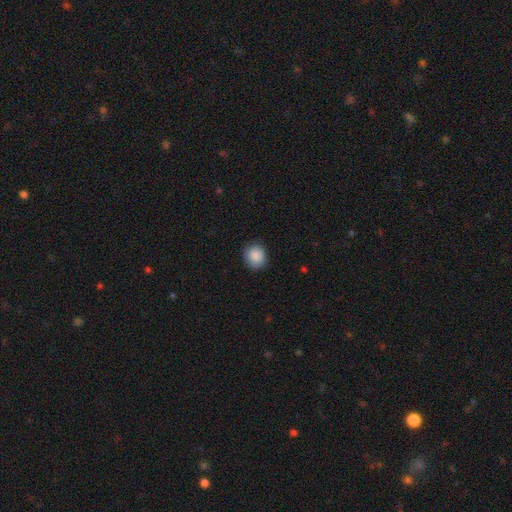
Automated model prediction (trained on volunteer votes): Smooth or featured?
  - smooth: 89% *
  - star or artifact: 8%
  - featured or disk: 3%
How rounded?
  - round: 82% *
  - in between: 17%
  - cigar-shaped: 1%
Merging?
  - none: 87% *
  - minor disturbance: 9%
  - major disturbance: 2%
  - merger: 1%